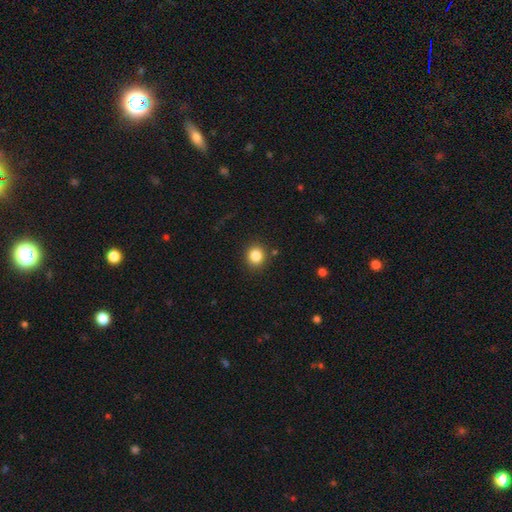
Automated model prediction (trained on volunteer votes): Q: Smooth or featured?
A: smooth (84%); runner-up: star or artifact (11%)
Q: How rounded?
A: round (85%); runner-up: in between (14%)
Q: Merging?
A: none (88%); runner-up: minor disturbance (7%)